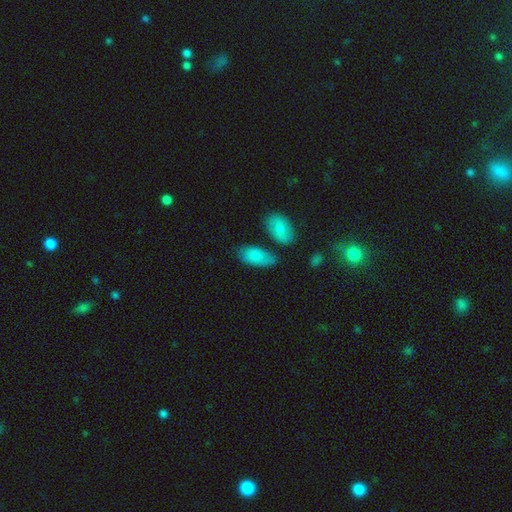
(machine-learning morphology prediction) smooth-or-featured: smooth: 85% | featured or disk: 9% | star or artifact: 6%
  how-rounded: in between: 92% | cigar-shaped: 5% | round: 3%
  merging: none: 62% | minor disturbance: 21% | merger: 12% | major disturbance: 6%